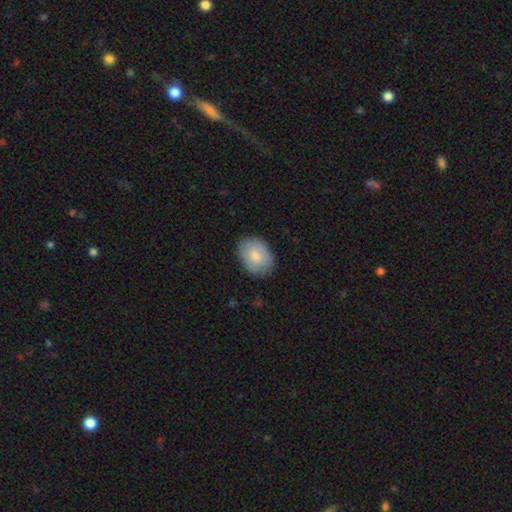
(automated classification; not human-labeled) Smooth or featured: smooth — 78% (featured or disk — 16%)
How rounded: in between — 75% (round — 24%)
Merging: none — 81% (minor disturbance — 15%)